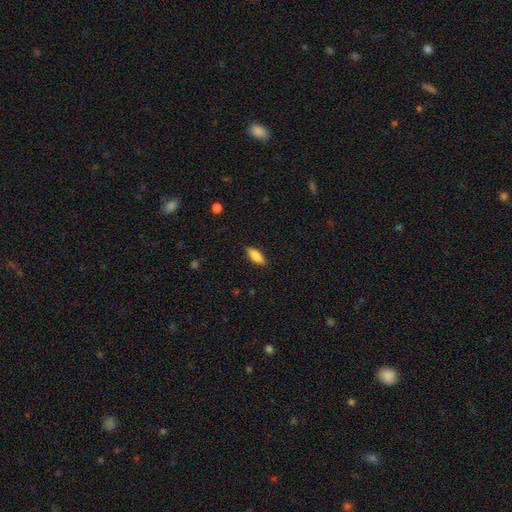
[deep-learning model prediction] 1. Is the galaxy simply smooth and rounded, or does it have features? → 77% smooth, 16% featured or disk, 7% star or artifact.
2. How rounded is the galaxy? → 76% in between, 22% cigar-shaped, 3% round.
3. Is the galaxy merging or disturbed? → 81% none, 15% minor disturbance, 3% major disturbance, 1% merger.